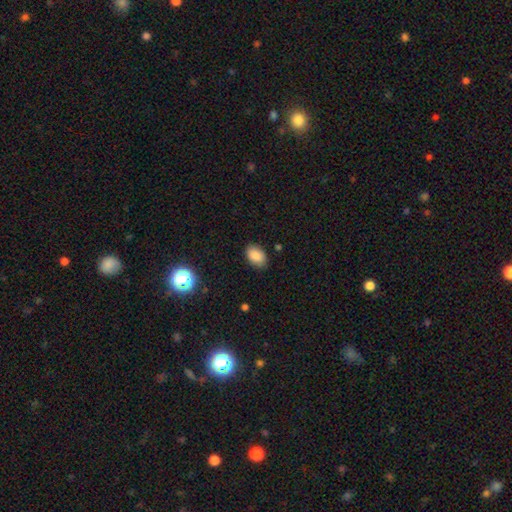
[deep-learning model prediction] smooth_or_featured: smooth (p=0.86) [alt: star or artifact p=0.09]
how_rounded: in between (p=0.86) [alt: round p=0.13]
merging: none (p=0.84) [alt: minor disturbance p=0.12]